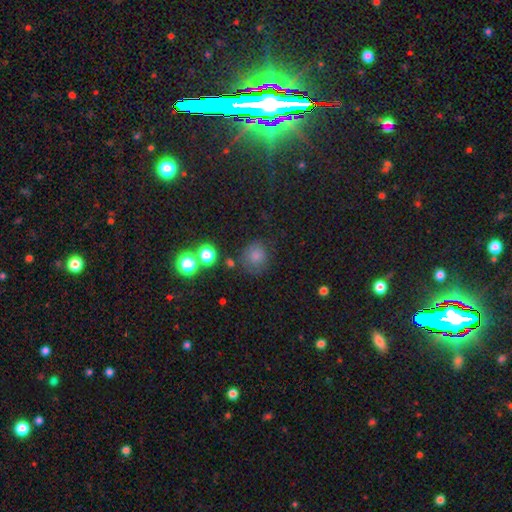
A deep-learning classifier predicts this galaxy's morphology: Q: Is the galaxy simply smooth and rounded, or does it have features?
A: smooth — 75%.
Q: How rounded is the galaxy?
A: round — 83%.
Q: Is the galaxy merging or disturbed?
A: none — 67%.